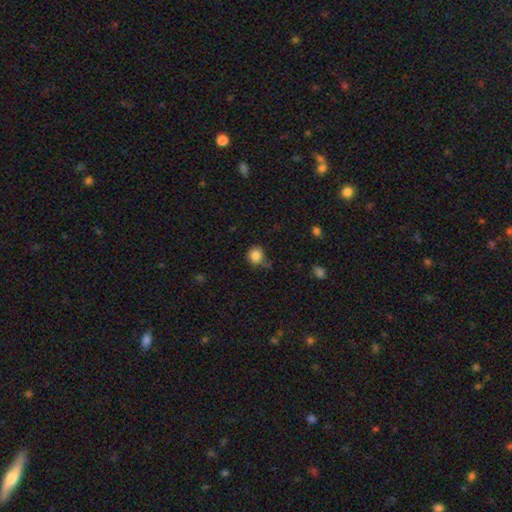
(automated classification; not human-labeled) Smooth or featured? Predicted: smooth (p=0.84). How rounded? Predicted: round (p=0.85). Merging? Predicted: none (p=0.63).